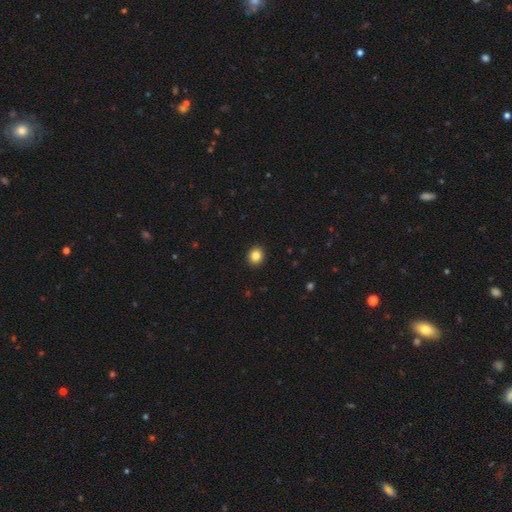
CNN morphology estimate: smooth_or_featured: smooth (p=0.84) [alt: star or artifact p=0.10]
how_rounded: round (p=0.82) [alt: in between p=0.17]
merging: none (p=0.93) [alt: minor disturbance p=0.05]